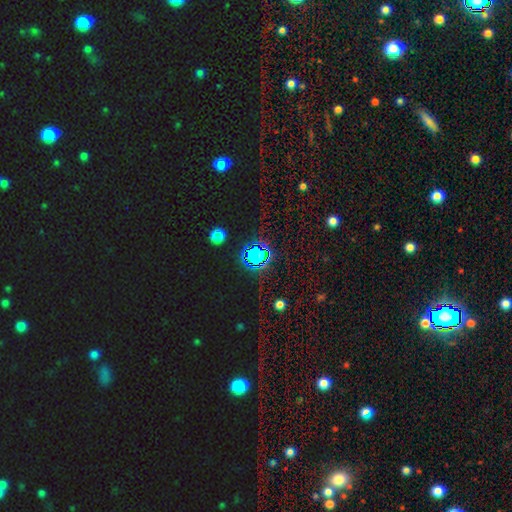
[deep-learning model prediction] Smooth or featured? star or artifact (78%)